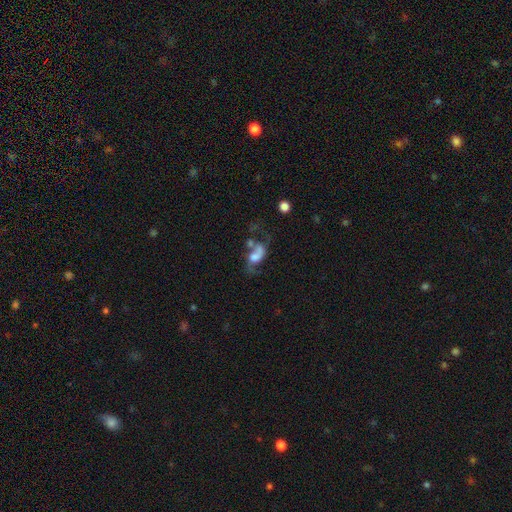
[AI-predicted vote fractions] Smooth or featured: featured or disk — 54% (smooth — 34%)
Edge-on disk: no — 96% (yes — 4%)
Bar: no — 69% (weak — 24%)
Spiral arms: yes — 68% (no — 32%)
Bulge size: moderate — 30% (large — 25%)
Merging: merger — 36% (major disturbance — 28%)